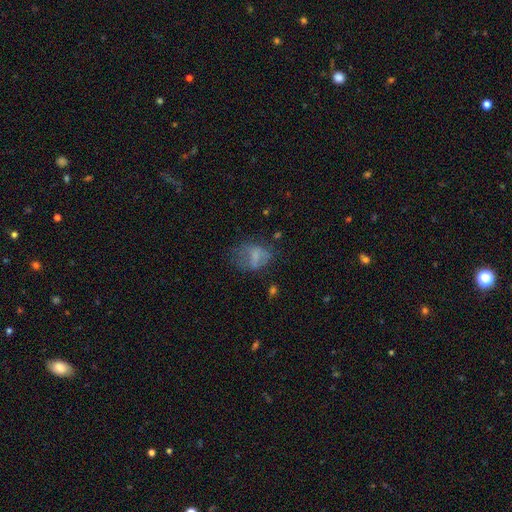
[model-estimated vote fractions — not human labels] Q: Smooth or featured?
A: smooth (57%); runner-up: featured or disk (29%)
Q: How rounded?
A: in between (62%); runner-up: round (36%)
Q: Merging?
A: none (39%); runner-up: major disturbance (32%)